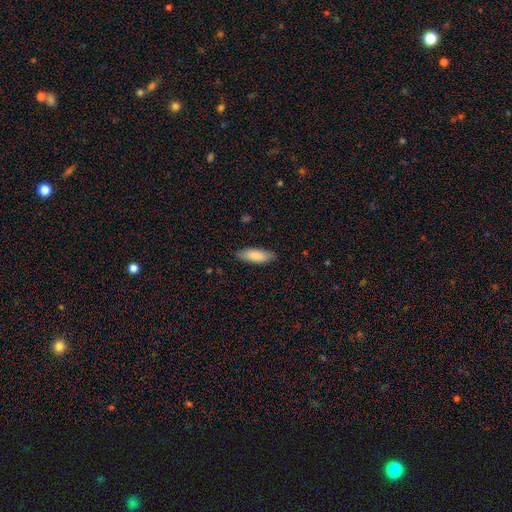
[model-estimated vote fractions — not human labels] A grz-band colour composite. It shows a smooth galaxy with no disk features (82%) that is in between round and cigar-shaped (62%). Merging: none (86%).